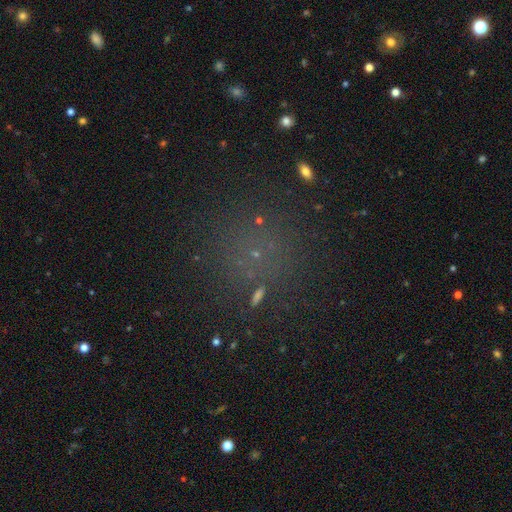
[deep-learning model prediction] Smooth or featured?
  - smooth: 49% *
  - star or artifact: 43%
  - featured or disk: 9%
Merging?
  - none: 84% *
  - minor disturbance: 8%
  - major disturbance: 5%
  - merger: 3%